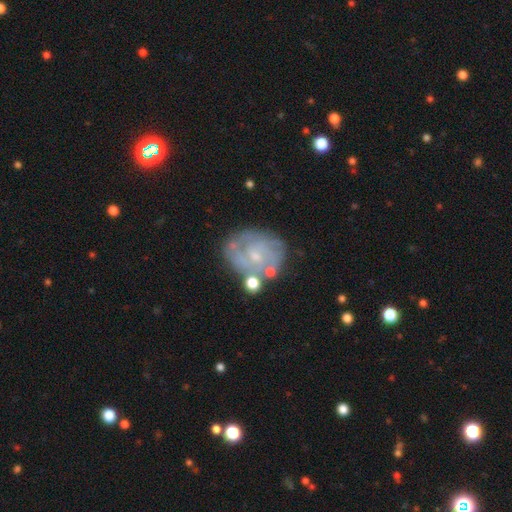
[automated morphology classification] Smooth or featured? Predicted: featured or disk (p=0.75). Edge-on disk? Predicted: no (p=0.98). Bar? Predicted: no (p=0.66). Spiral arms? Predicted: yes (p=0.81). Spiral winding? Predicted: tight (p=0.56). Spiral arm count? Predicted: can't tell (p=0.43). Bulge size? Predicted: small (p=0.70). Merging? Predicted: none (p=0.65).